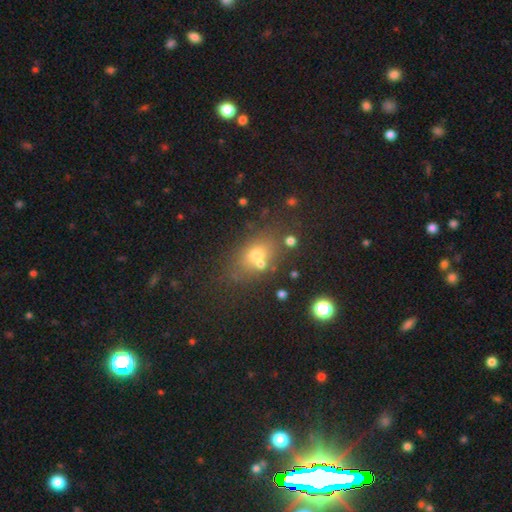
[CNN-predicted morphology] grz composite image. It shows a smooth galaxy with no disk features (52%) that is round (49%). Merging: none (65%).